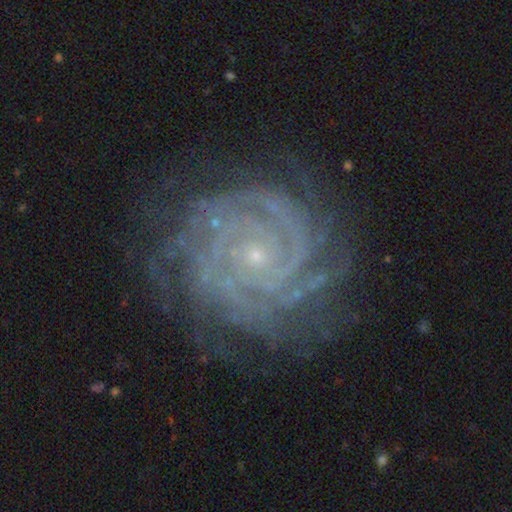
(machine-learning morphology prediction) A featured or disk galaxy (89%) with no bar (79%), more than 4 (22%) tight (85%) spiral arms (99%) and a small central bulge (86%).

Vote fractions:
- Smooth or featured? featured or disk: 89% / star or artifact: 7% / smooth: 4%
- Edge-on disk? no: 98% / yes: 2%
- Bar? no: 79% / weak: 14% / strong: 7%
- Spiral arms? yes: 99% / no: 1%
- Spiral winding? tight: 85% / medium: 13% / loose: 2%
- Spiral arm count? more than 4: 22% / 4: 21% / can't tell: 17% / 3: 16% / 2: 15% / 1: 9%
- Bulge size? small: 86% / moderate: 10% / none: 2% / large: 1% / dominant: 1%
- Merging? none: 81% / minor disturbance: 13% / major disturbance: 5% / merger: 1%